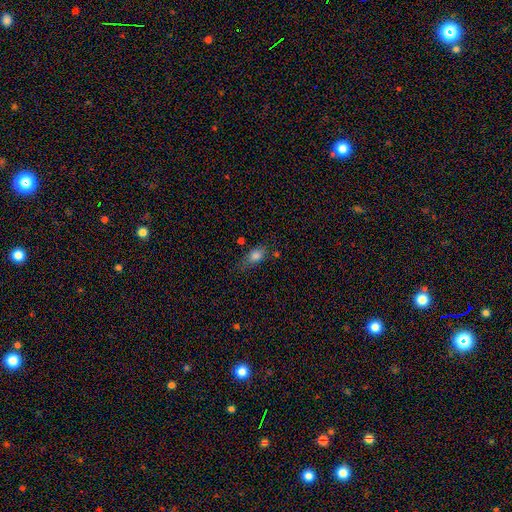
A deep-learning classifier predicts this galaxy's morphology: smooth-or-featured: smooth: 81% | star or artifact: 10% | featured or disk: 9%
  how-rounded: in between: 80% | round: 13% | cigar-shaped: 7%
  merging: none: 55% | minor disturbance: 28% | major disturbance: 10% | merger: 6%